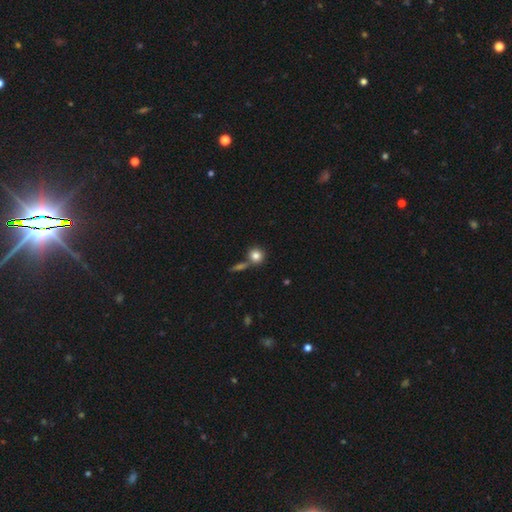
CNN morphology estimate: Overall: smooth (82%). How rounded: round (88%). Merging: none (64%).